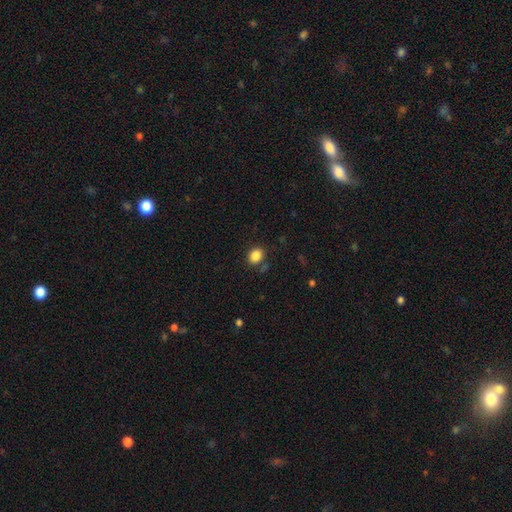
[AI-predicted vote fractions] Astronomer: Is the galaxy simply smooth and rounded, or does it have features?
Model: smooth — 85%.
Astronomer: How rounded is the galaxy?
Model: in between — 50% (runner-up: round, 49%).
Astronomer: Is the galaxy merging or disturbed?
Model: none — 81%.